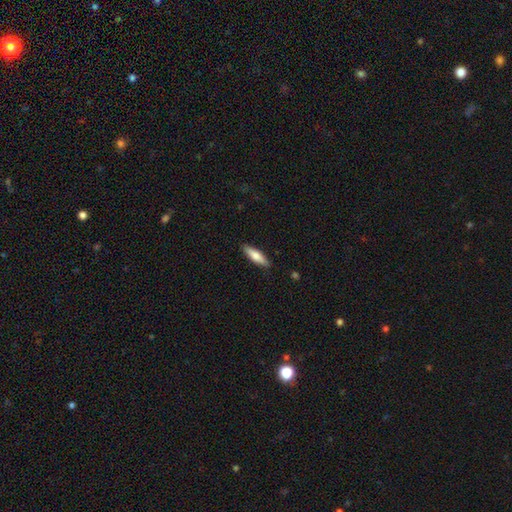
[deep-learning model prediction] This appears to be a smooth galaxy with no disk features (69%) that is cigar-shaped (70%). Merging: none (88%).